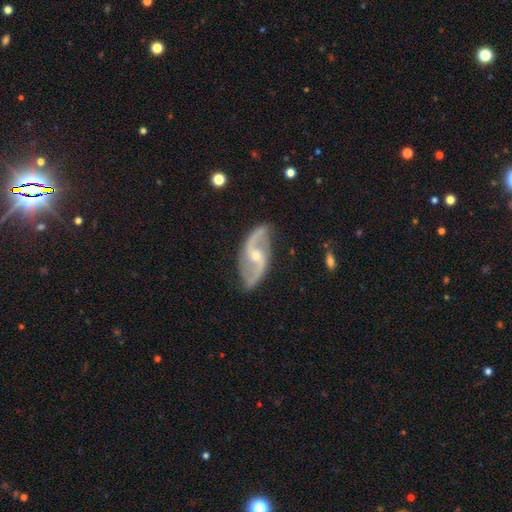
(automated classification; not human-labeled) Smooth or featured? featured or disk (91%)
Edge-on disk? no (96%)
Bar? weak (42%, tied with no)
Spiral arms? yes (97%)
Spiral winding? loose (59%)
Spiral arm count? 2 (94%)
Bulge size? small (50%)
Merging? none (82%)